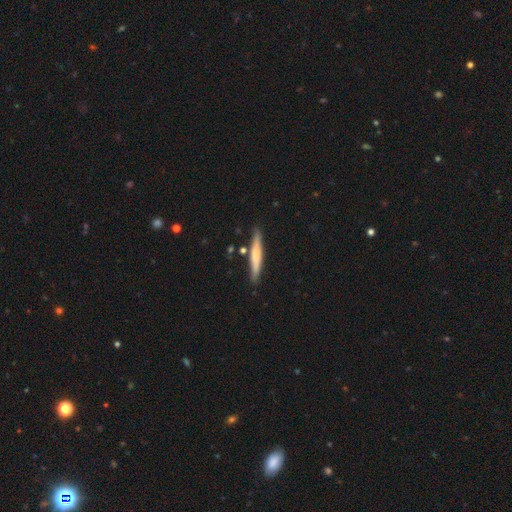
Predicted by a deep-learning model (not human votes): A smooth galaxy with no disk features (57%) that is cigar-shaped (93%). Merging: none (83%).